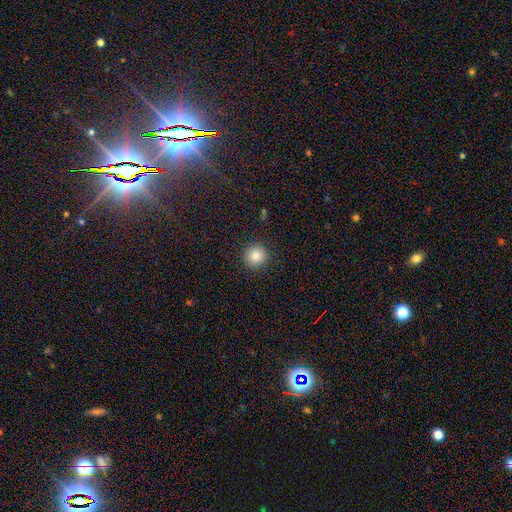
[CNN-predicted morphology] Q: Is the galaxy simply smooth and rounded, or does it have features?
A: smooth — 85%.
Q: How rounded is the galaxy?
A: round — 95%.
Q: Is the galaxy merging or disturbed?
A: none — 91%.